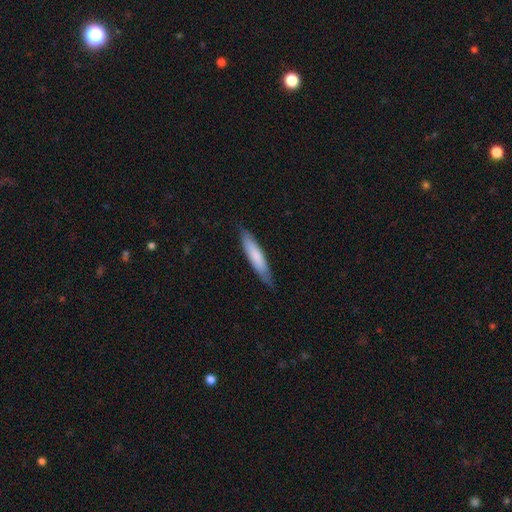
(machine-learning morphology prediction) Smooth or featured?
  - smooth: 75% *
  - featured or disk: 20%
  - star or artifact: 5%
How rounded?
  - cigar-shaped: 83% *
  - in between: 16%
  - round: 1%
Merging?
  - none: 82% *
  - minor disturbance: 15%
  - major disturbance: 2%
  - merger: 1%